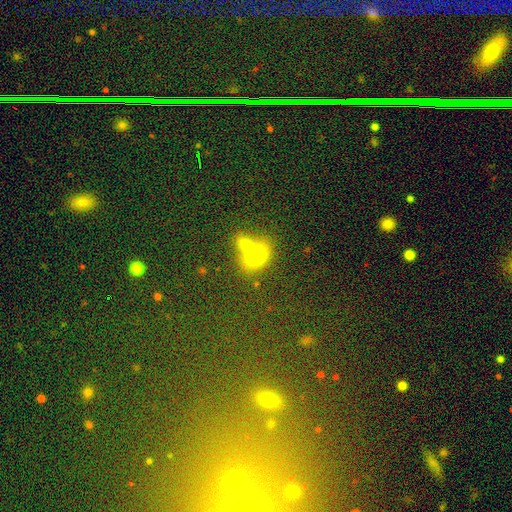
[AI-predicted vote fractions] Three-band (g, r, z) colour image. It shows a smooth galaxy with no disk features (70%) that is in between round and cigar-shaped (71%). Merging: merger (63%).